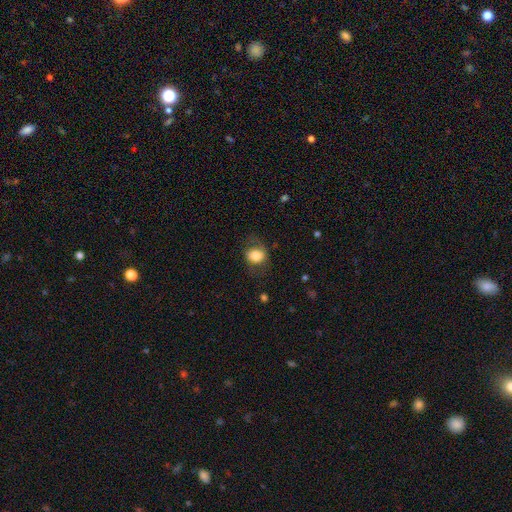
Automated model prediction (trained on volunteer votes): Q: Smooth or featured?
A: smooth (74%); runner-up: featured or disk (17%)
Q: How rounded?
A: round (56%); runner-up: in between (43%)
Q: Merging?
A: none (64%); runner-up: minor disturbance (21%)